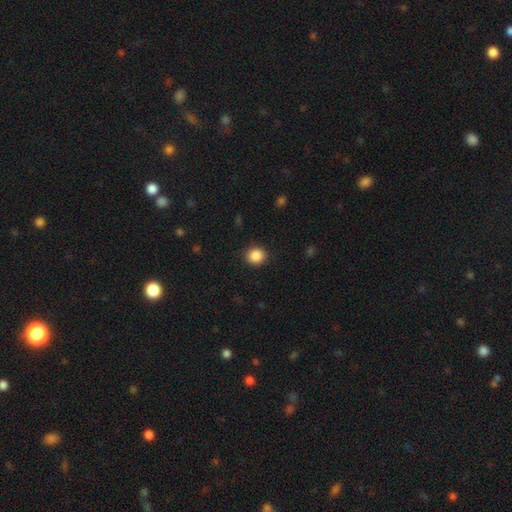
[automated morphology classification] A smooth galaxy with no disk features (87%) that is round (88%).

Vote fractions:
- Smooth or featured? smooth: 87% / star or artifact: 10% / featured or disk: 3%
- How rounded? round: 88% / in between: 11% / cigar-shaped: 1%
- Merging? none: 90% / minor disturbance: 7% / major disturbance: 2% / merger: 1%